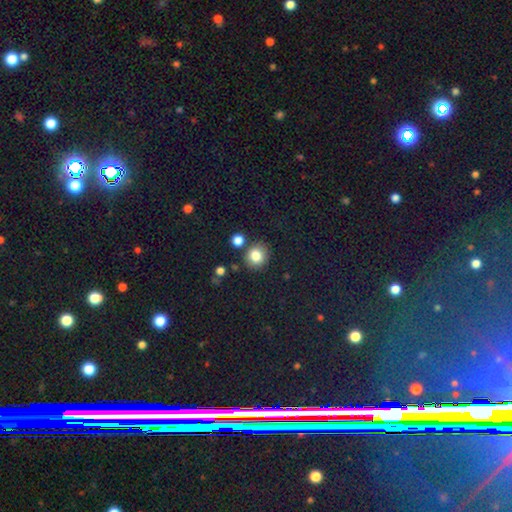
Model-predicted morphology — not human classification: type=smooth (82%); roundness=round (82%); merging=none (80%).